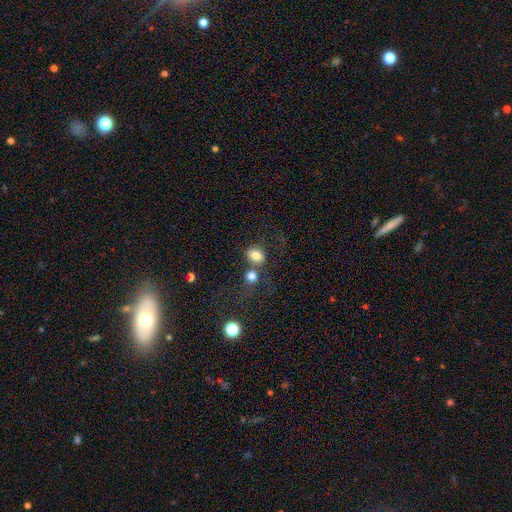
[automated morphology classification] This is likely a smooth galaxy (80%). How rounded: possibly round (58%). Merging: possibly none (52%).